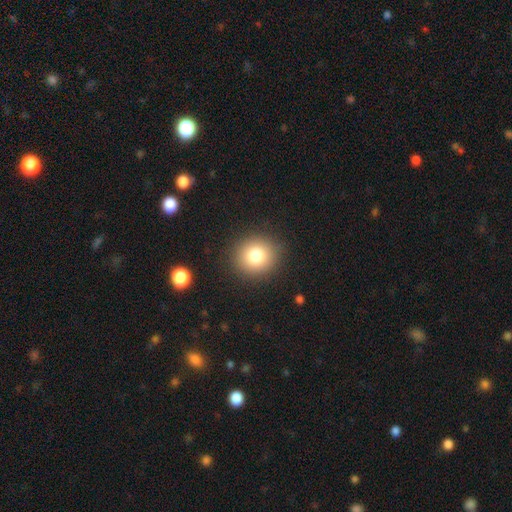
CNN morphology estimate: smooth-or-featured: smooth: 79% | star or artifact: 12% | featured or disk: 9%
  how-rounded: round: 83% | in between: 16% | cigar-shaped: 1%
  merging: none: 89% | minor disturbance: 7% | major disturbance: 3% | merger: 1%